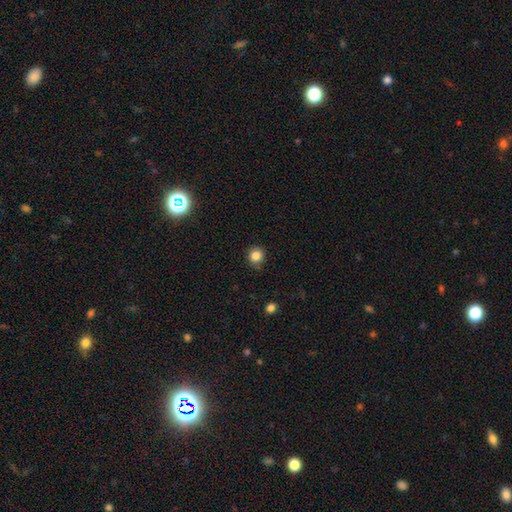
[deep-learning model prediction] Morphology: type=smooth (85%); roundness=round (91%); merging=none (87%).